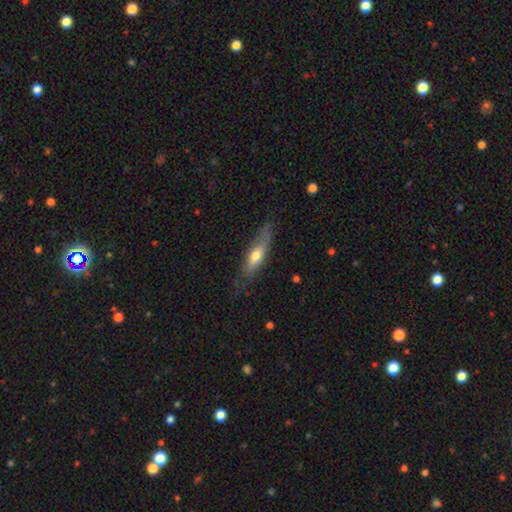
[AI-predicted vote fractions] Smooth or featured? Predicted: smooth (p=0.53). How rounded? Predicted: cigar-shaped (p=0.58). Merging? Predicted: none (p=0.69).